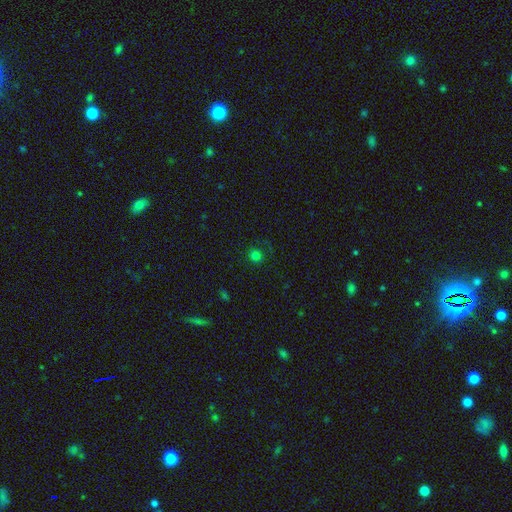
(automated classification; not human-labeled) Morphology: type=smooth (78%); roundness=round (91%); merging=none (83%).